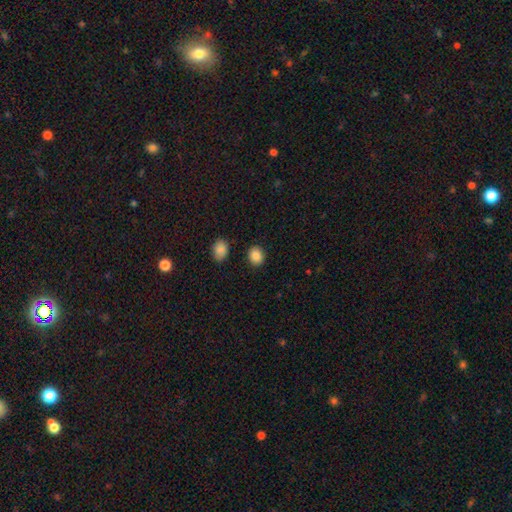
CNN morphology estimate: Smooth or featured? smooth (87%)
How rounded? round (60%)
Merging? none (88%)